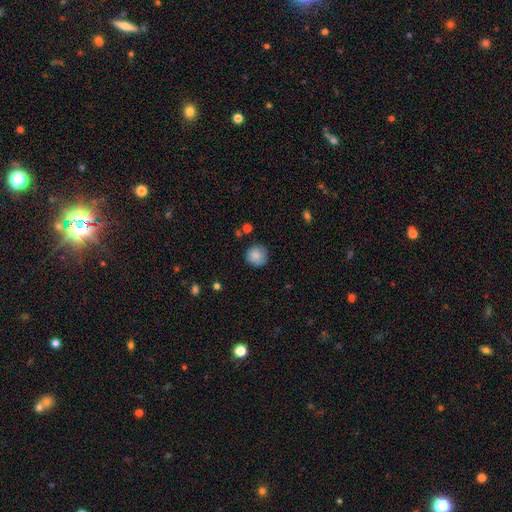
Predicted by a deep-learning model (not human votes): Smooth or featured? smooth (86%)
How rounded? round (94%)
Merging? none (85%)